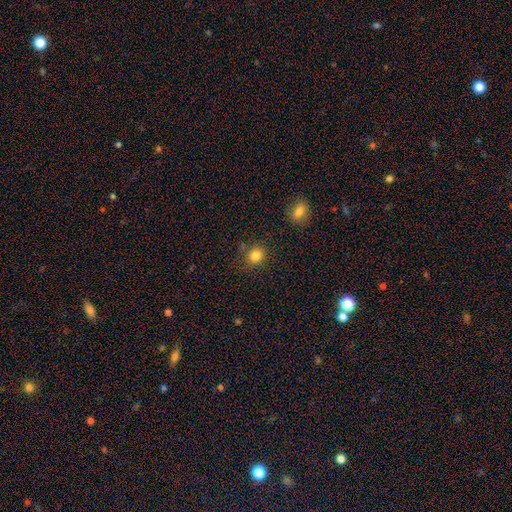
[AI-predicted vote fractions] This appears to be a smooth galaxy with no disk features (83%) that is round (85%). Merging: none (82%).